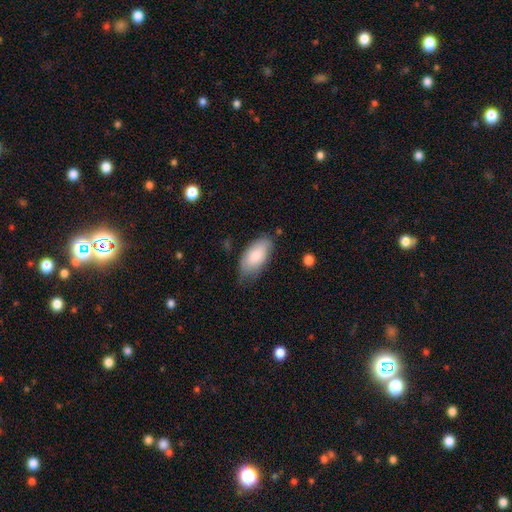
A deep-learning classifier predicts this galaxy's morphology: The model was most divided on "merging": none: 64%, minor disturbance: 28%, major disturbance: 6%, merger: 2%. More confident: how rounded — in between (93%); smooth or featured — smooth (79%).